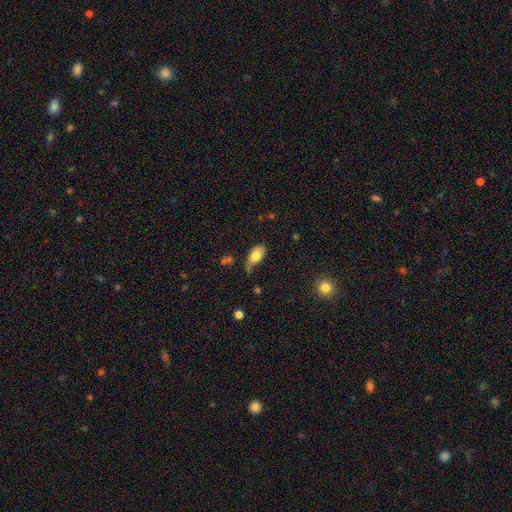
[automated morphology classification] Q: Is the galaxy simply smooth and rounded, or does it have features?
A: smooth — 78%.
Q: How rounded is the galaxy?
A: in between — 91%.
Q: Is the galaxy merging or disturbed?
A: none — 50%.